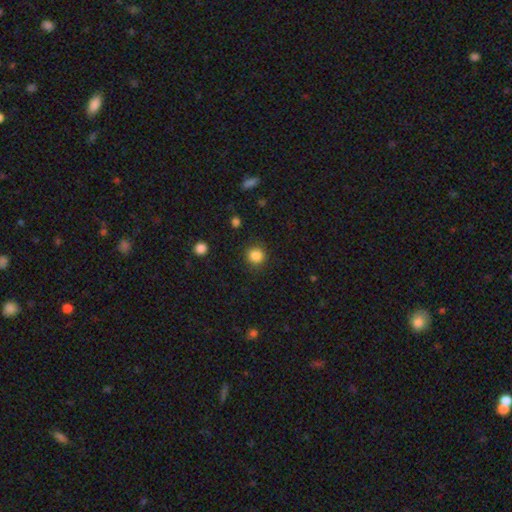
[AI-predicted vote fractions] A smooth galaxy with no disk features (86%) that is round (91%).

Vote fractions:
- Smooth or featured? smooth: 86% / star or artifact: 11% / featured or disk: 3%
- How rounded? round: 91% / in between: 8% / cigar-shaped: 1%
- Merging? none: 89% / minor disturbance: 7% / major disturbance: 3% / merger: 1%